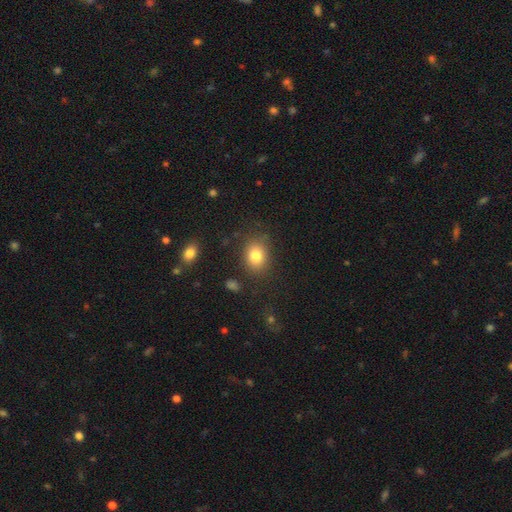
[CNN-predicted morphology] Smooth or featured? Predicted: smooth (p=0.81). How rounded? Predicted: in between (p=0.52). Merging? Predicted: none (p=0.81).